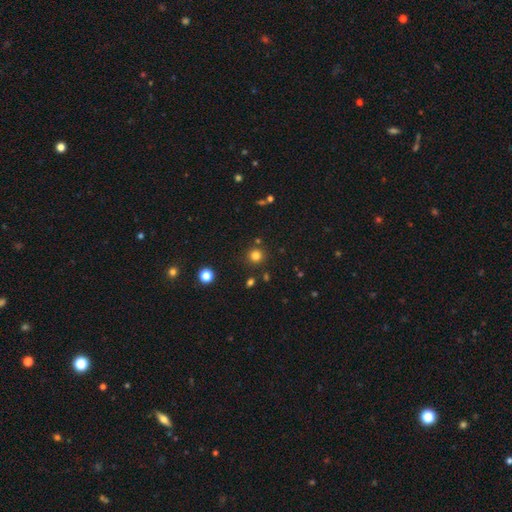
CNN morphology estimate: type=smooth (80%); roundness=round (94%); merging=none (87%).